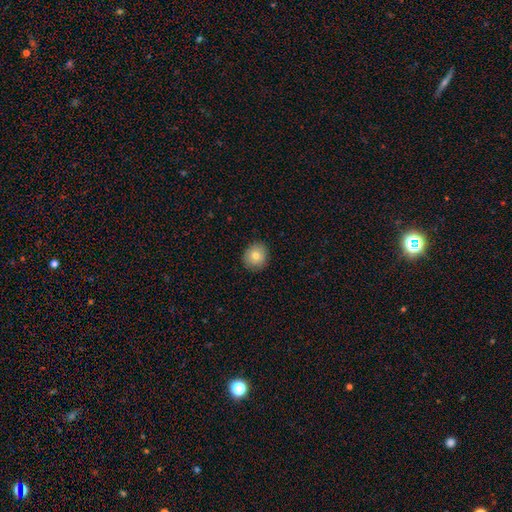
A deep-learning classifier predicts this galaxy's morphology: Smooth or featured? smooth (78%)
How rounded? round (84%)
Merging? none (88%)